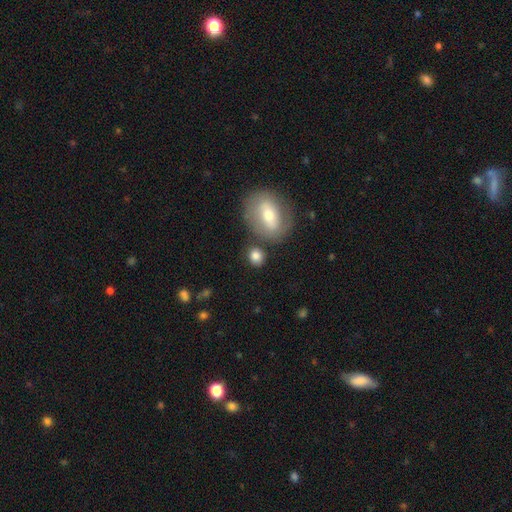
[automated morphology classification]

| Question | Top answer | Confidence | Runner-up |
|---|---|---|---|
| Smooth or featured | smooth | 81% | featured or disk (11%) |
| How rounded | round | 71% | in between (27%) |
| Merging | none | 73% | merger (12%) |